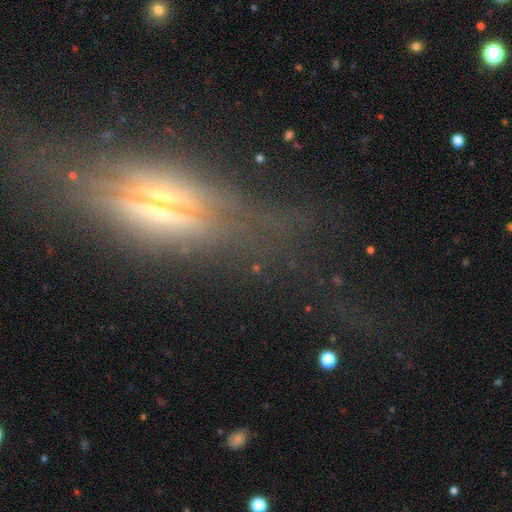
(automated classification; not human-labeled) A featured or disk galaxy (68%) viewed edge-on (81%) with a rounded central bulge (84%).

Vote fractions:
- Smooth or featured? featured or disk: 68% / smooth: 19% / star or artifact: 13%
- Edge-on disk? yes: 81% / no: 19%
- Edge-on bulge? rounded: 84% / boxy: 11% / none: 6%
- Merging? none: 59% / major disturbance: 20% / minor disturbance: 18% / merger: 3%